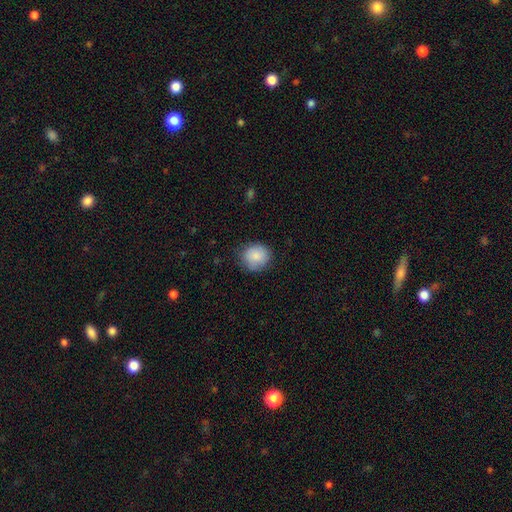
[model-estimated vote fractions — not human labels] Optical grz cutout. It shows a smooth galaxy with no disk features (87%) that is round (84%). Merging: none (81%).